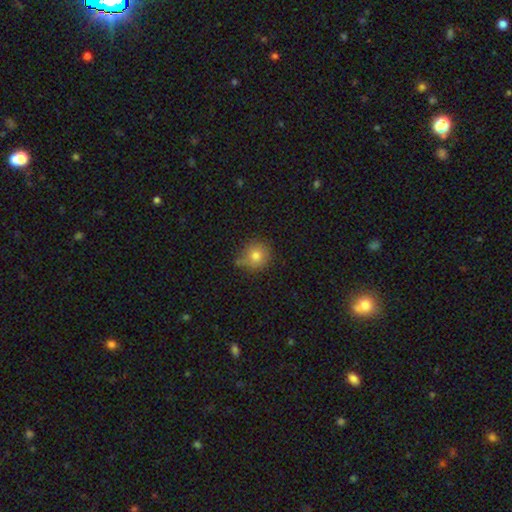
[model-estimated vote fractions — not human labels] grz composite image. It shows a smooth galaxy with no disk features (78%) that is round (88%). Merging: none (65%).